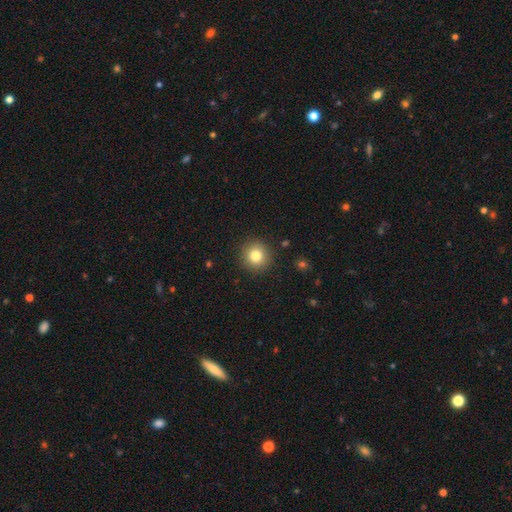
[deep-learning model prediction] Smooth or featured? Predicted: smooth (p=0.81). How rounded? Predicted: round (p=0.93). Merging? Predicted: none (p=0.90).